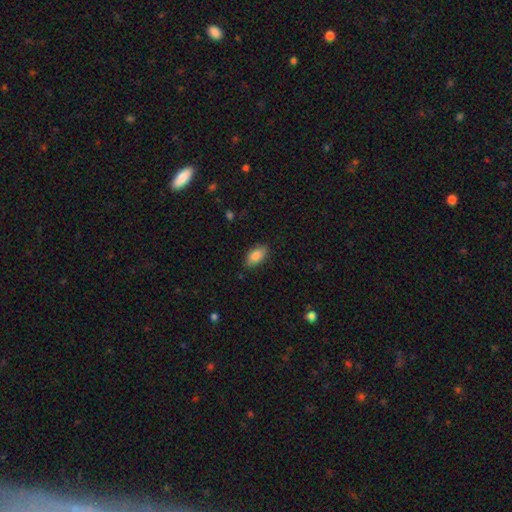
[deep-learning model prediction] smooth_or_featured: smooth (p=0.87) [alt: star or artifact p=0.07]
how_rounded: in between (p=0.92) [alt: cigar-shaped p=0.04]
merging: none (p=0.83) [alt: minor disturbance p=0.13]